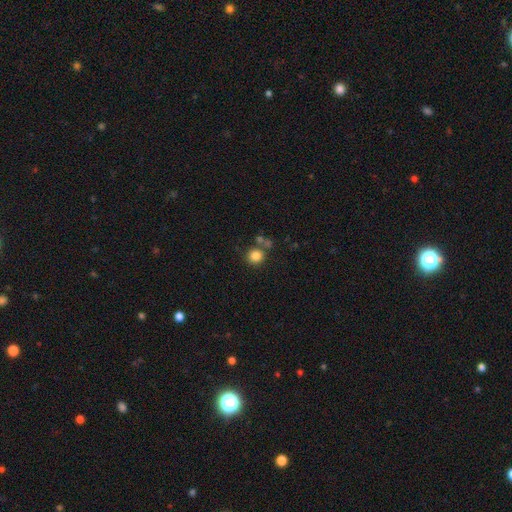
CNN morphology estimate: Smooth or featured?
  - smooth: 83% *
  - star or artifact: 11%
  - featured or disk: 6%
How rounded?
  - round: 91% *
  - in between: 8%
  - cigar-shaped: 1%
Merging?
  - none: 70% *
  - merger: 17%
  - minor disturbance: 9%
  - major disturbance: 4%